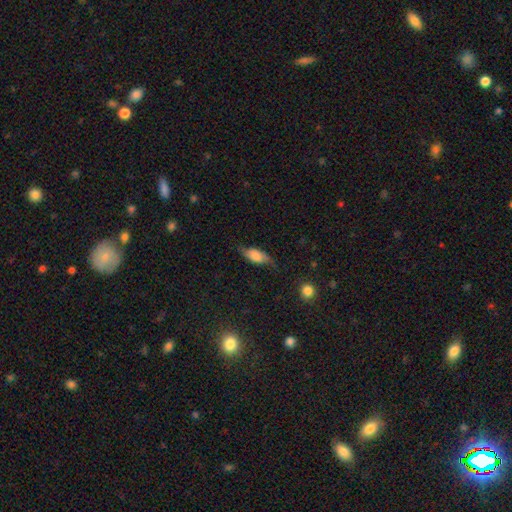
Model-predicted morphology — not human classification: smooth 57%, featured or disk 35%, star or artifact 8%. Down the decision tree: how rounded — in between (78%); merging — none (64%).